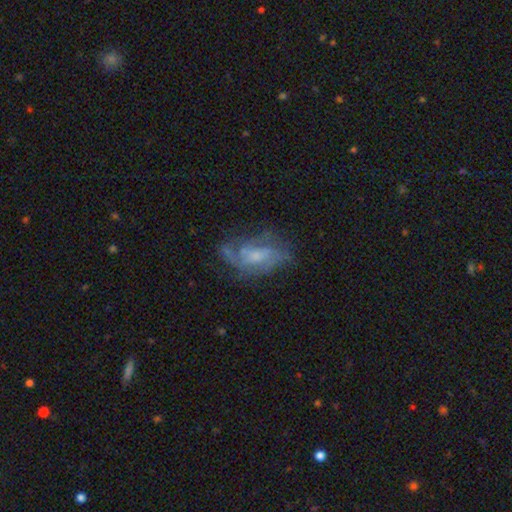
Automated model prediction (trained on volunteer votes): This appears to be a featured or disk galaxy (70%) with no bar (55%), medium (45%) spiral arms (80%) and a small central bulge (41%). Merging: none (55%).